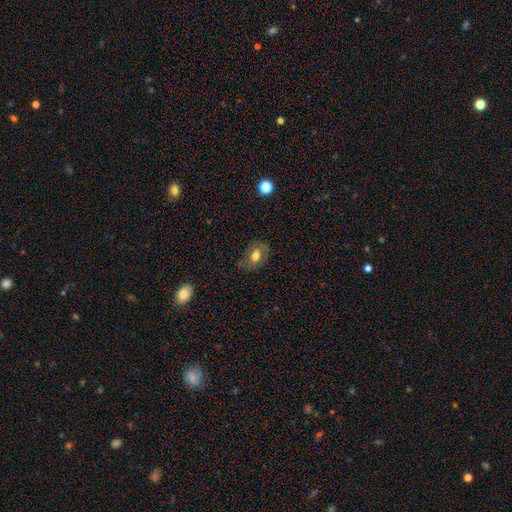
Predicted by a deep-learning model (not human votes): A smooth galaxy with no disk features (61%) that is in between round and cigar-shaped (78%). Merging: none (74%).